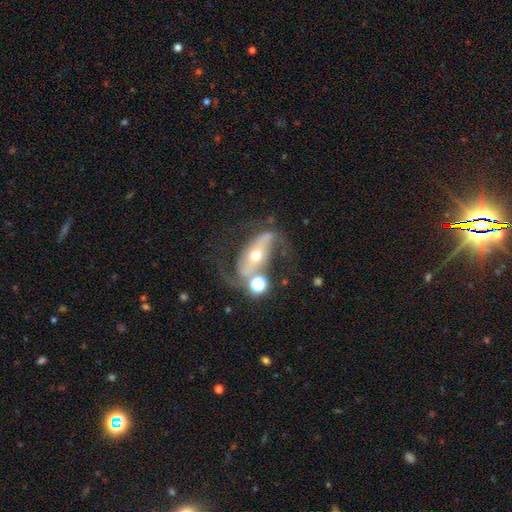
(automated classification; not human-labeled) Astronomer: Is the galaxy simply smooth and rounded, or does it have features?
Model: featured or disk — 82%.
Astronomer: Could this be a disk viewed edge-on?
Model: no — 94%.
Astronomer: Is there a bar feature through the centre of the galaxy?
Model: strong — 42% (runner-up: no, 32%).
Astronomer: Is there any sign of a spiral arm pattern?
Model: yes — 91%.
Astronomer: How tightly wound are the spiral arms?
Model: loose — 51% (runner-up: medium, 38%).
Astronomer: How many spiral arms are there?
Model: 2 — 89%.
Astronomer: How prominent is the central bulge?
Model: moderate — 63%.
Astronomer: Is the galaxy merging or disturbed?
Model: none — 55%.